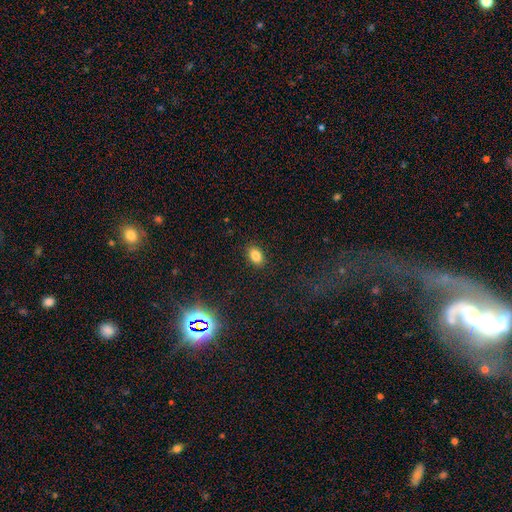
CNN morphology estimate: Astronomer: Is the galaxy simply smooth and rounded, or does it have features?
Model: smooth — 84%.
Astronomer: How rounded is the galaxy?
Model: in between — 86%.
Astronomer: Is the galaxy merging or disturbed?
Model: none — 88%.